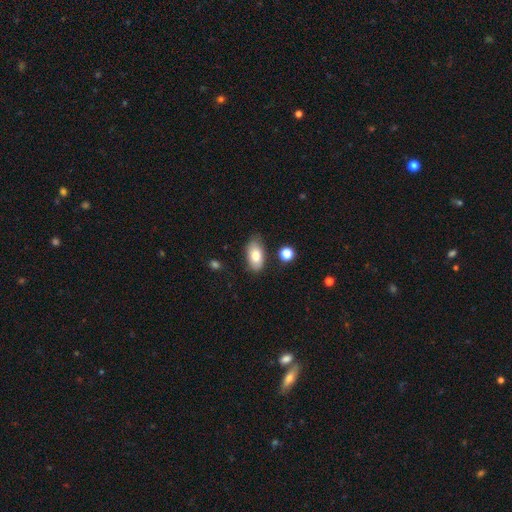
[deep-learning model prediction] A smooth galaxy with no disk features (78%) that is in between round and cigar-shaped (92%).

Vote fractions:
- Smooth or featured? smooth: 78% / featured or disk: 15% / star or artifact: 7%
- How rounded? in between: 92% / round: 5% / cigar-shaped: 3%
- Merging? none: 75% / minor disturbance: 18% / major disturbance: 4% / merger: 3%